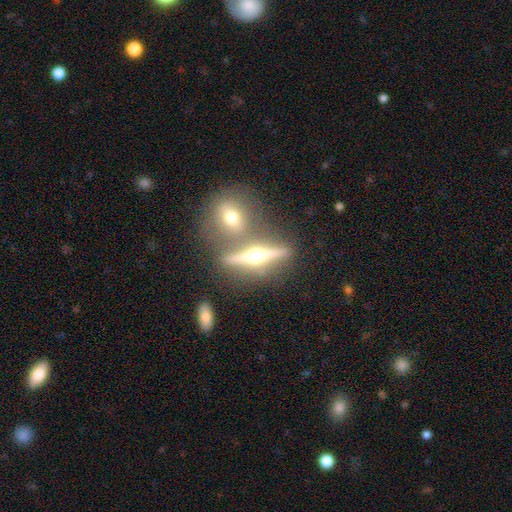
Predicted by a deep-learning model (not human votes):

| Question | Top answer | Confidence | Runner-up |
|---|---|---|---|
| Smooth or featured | featured or disk | 78% | smooth (15%) |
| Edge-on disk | yes | 95% | no (5%) |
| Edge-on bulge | rounded | 96% | boxy (2%) |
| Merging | none | 73% | merger (16%) |